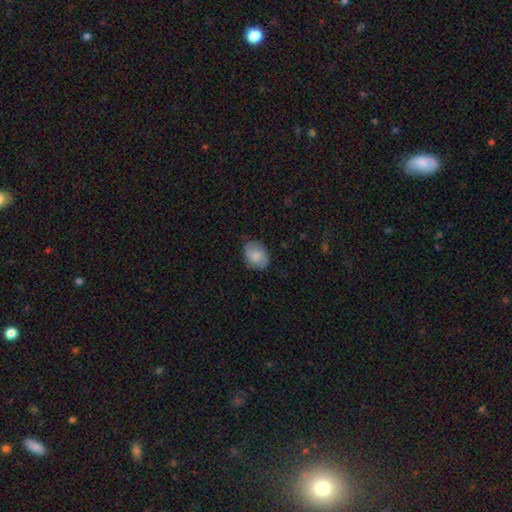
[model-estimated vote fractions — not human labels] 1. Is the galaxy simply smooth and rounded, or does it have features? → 64% smooth, 28% featured or disk, 7% star or artifact.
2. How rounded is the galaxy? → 74% in between, 25% round, 1% cigar-shaped.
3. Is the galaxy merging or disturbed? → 77% none, 18% minor disturbance, 4% major disturbance, 1% merger.